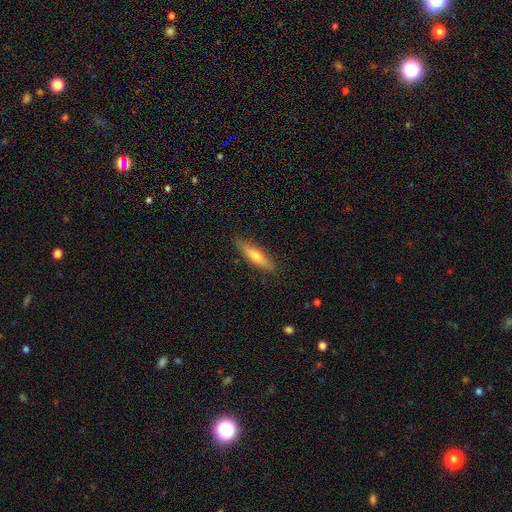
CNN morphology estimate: Overall: smooth (48%; featured or disk 45%). Merging: none (88%).